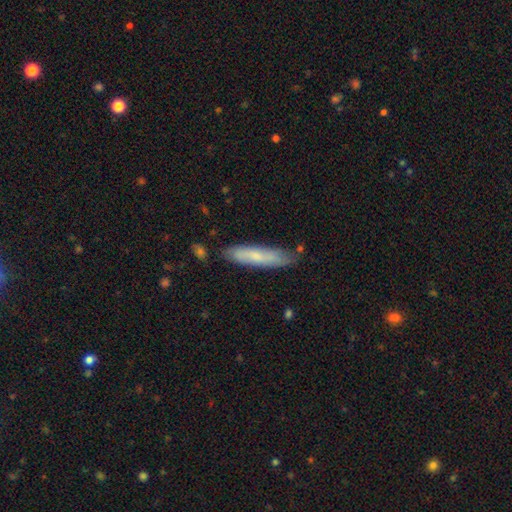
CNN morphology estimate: A smooth galaxy with no disk features (67%) that is cigar-shaped (83%). Merging: none (74%).